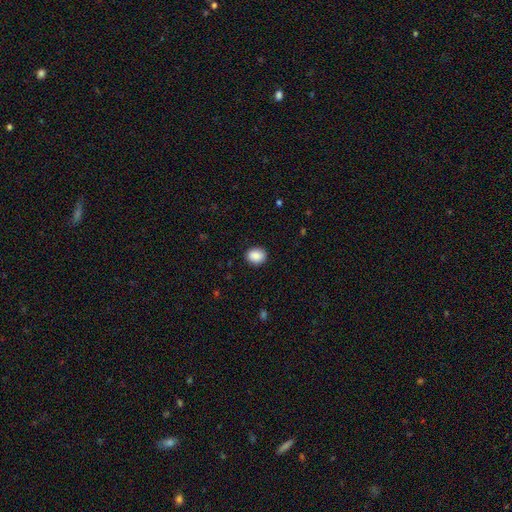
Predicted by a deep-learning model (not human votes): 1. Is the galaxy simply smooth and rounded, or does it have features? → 89% smooth, 8% star or artifact, 3% featured or disk.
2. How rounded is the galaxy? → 52% round, 47% in between, 1% cigar-shaped.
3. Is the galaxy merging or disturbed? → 90% none, 8% minor disturbance, 2% major disturbance, 1% merger.